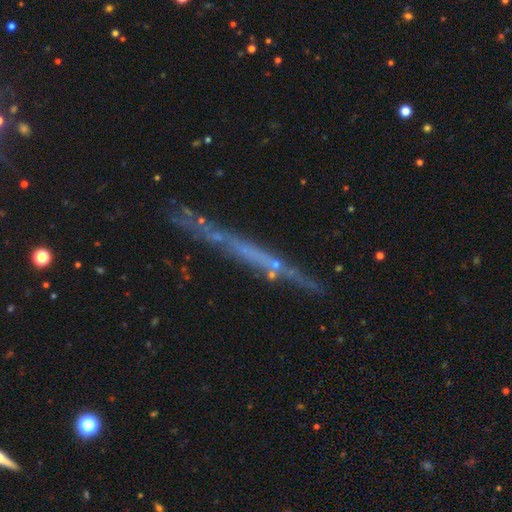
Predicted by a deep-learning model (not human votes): A featured or disk galaxy (59%) viewed edge-on (90%) with no central bulge (90%). Merging: none (77%).